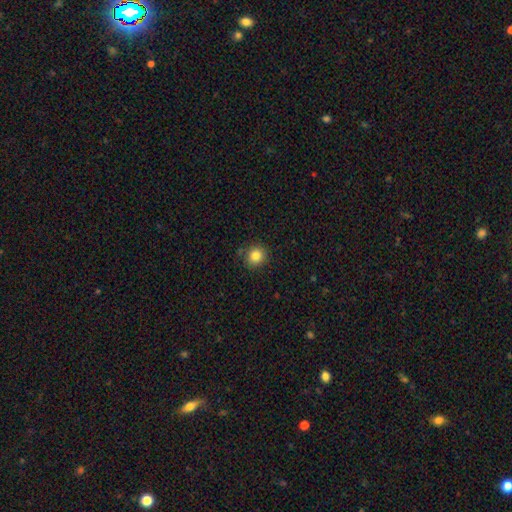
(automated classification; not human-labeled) Smooth or featured?
  - smooth: 83% *
  - star or artifact: 11%
  - featured or disk: 6%
How rounded?
  - round: 88% *
  - in between: 11%
  - cigar-shaped: 1%
Merging?
  - none: 87% *
  - minor disturbance: 9%
  - major disturbance: 2%
  - merger: 2%